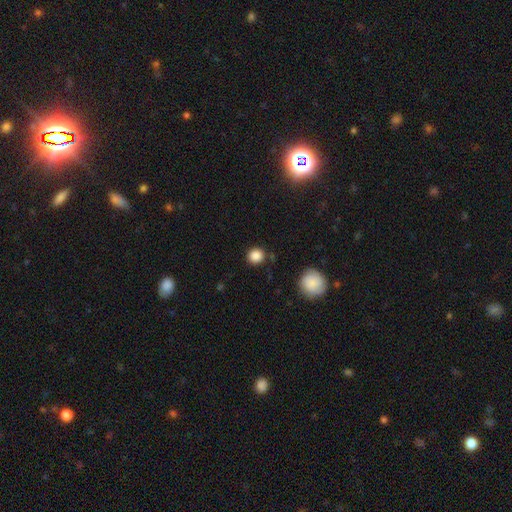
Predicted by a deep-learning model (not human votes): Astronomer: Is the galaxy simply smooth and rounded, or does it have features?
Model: smooth — 87%.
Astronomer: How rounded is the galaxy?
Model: round — 89%.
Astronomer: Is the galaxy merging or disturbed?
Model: none — 85%.